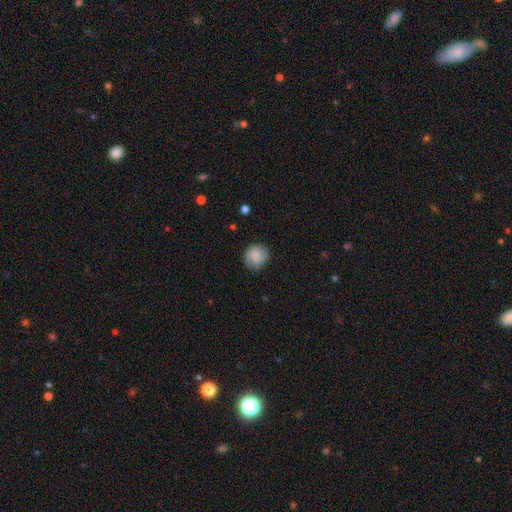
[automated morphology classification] Q: Smooth or featured?
A: smooth (83%); runner-up: featured or disk (9%)
Q: How rounded?
A: round (78%); runner-up: in between (21%)
Q: Merging?
A: none (74%); runner-up: minor disturbance (20%)